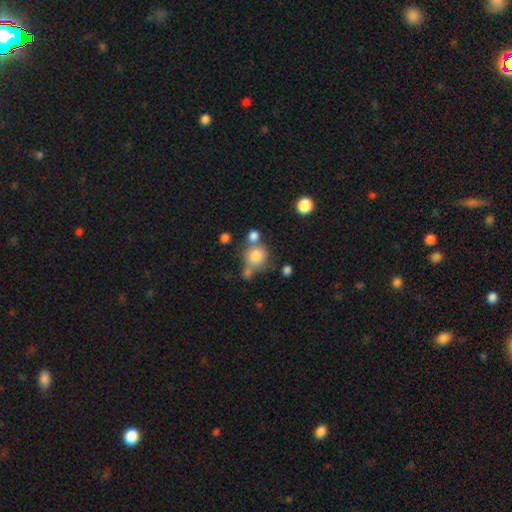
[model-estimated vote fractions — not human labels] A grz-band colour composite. It shows a smooth galaxy with no disk features (79%) that is round (85%). Merging: none (49%).